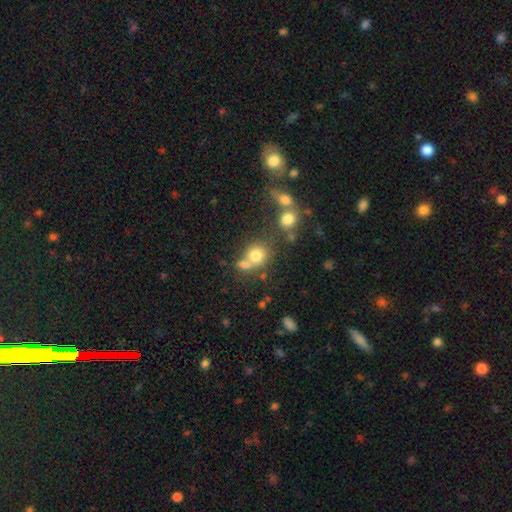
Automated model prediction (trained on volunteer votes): Morphology: type=smooth (76%); roundness=round (78%); merging=none (47%).